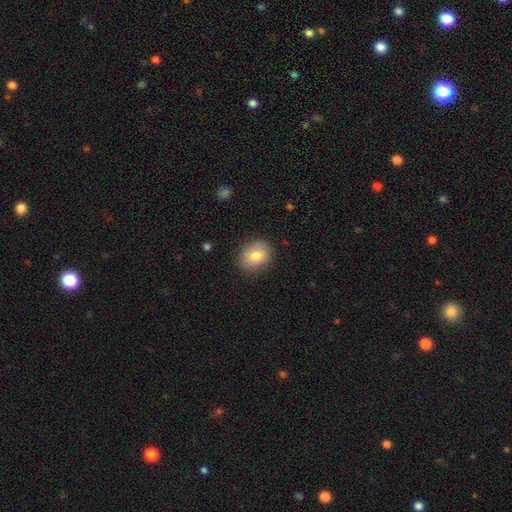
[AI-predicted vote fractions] A smooth galaxy with no disk features (78%) that is round (54%). Merging: none (84%).